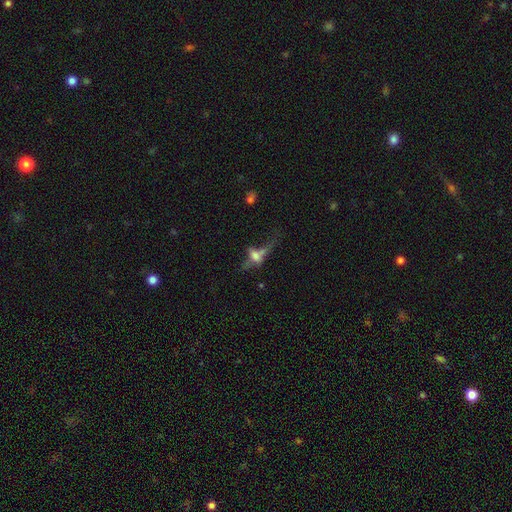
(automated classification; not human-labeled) smooth-or-featured: featured or disk: 51% | smooth: 33% | star or artifact: 16%
  disk-edge-on: yes: 58% | no: 42%
  merging: major disturbance: 34% | none: 32% | merger: 18% | minor disturbance: 16%